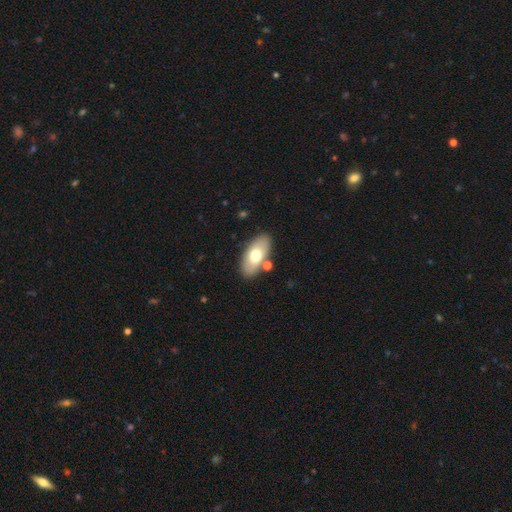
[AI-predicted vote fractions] A smooth galaxy with no disk features (67%) that is in between round and cigar-shaped (90%).

Vote fractions:
- Smooth or featured? smooth: 67% / featured or disk: 26% / star or artifact: 6%
- How rounded? in between: 90% / cigar-shaped: 6% / round: 3%
- Merging? none: 80% / minor disturbance: 10% / merger: 8% / major disturbance: 3%